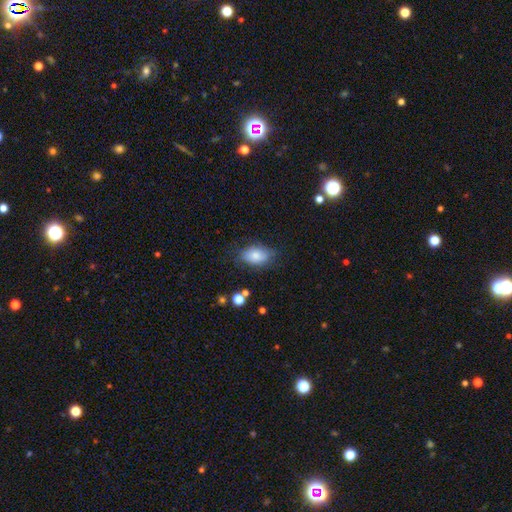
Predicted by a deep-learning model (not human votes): smooth-or-featured: smooth: 80% | featured or disk: 12% | star or artifact: 8%
  how-rounded: in between: 88% | round: 10% | cigar-shaped: 2%
  merging: none: 72% | minor disturbance: 20% | major disturbance: 6% | merger: 2%